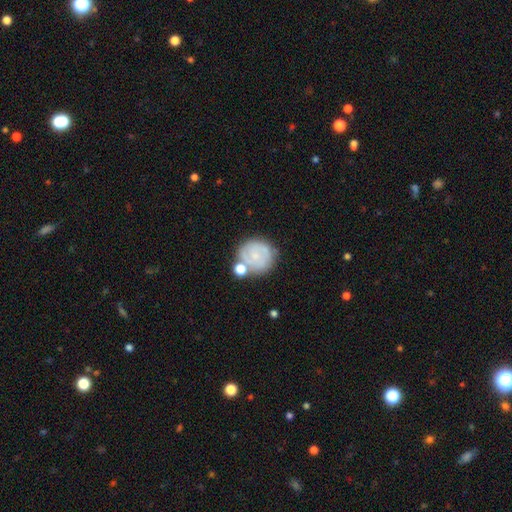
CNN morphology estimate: smooth-or-featured: featured or disk: 50% | smooth: 42% | star or artifact: 8%
  disk-edge-on: no: 98% | yes: 2%
  merging: none: 57% | minor disturbance: 18% | merger: 18% | major disturbance: 8%